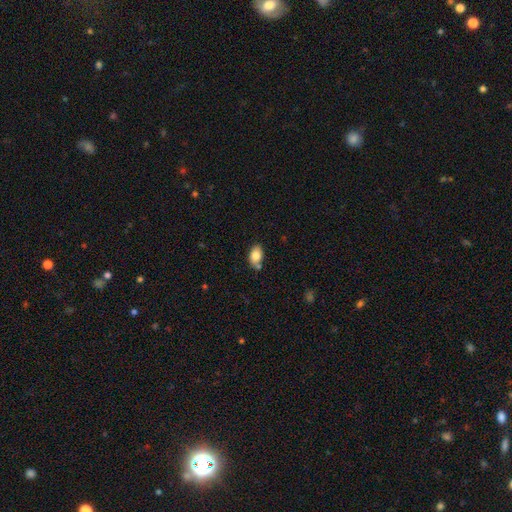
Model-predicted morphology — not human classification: This appears to be a smooth galaxy with no disk features (81%) that is in between round and cigar-shaped (89%). Merging: none (69%).